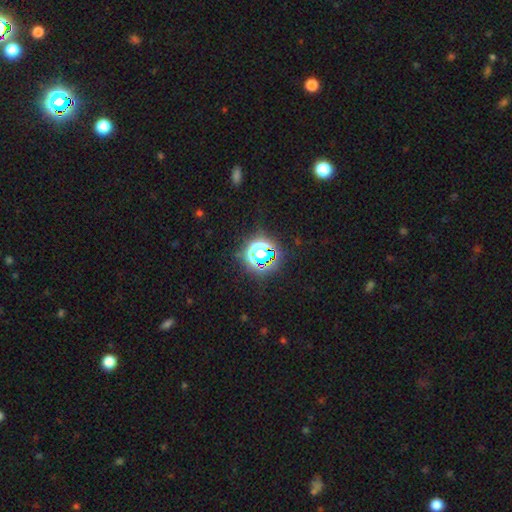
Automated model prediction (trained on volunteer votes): This is likely a star or artifact rather than a galaxy (79%).